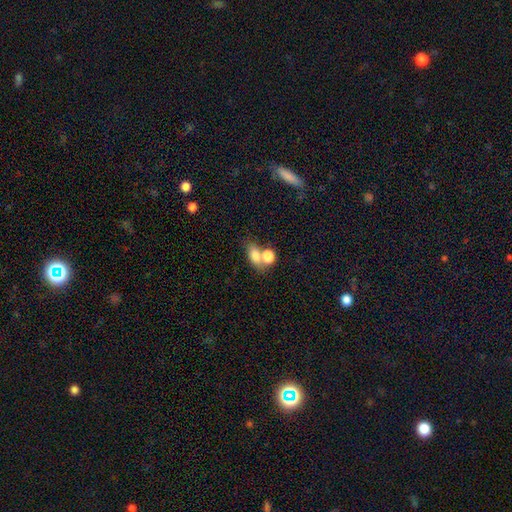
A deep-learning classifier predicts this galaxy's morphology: This is likely a smooth galaxy (76%). How rounded: likely in between (73%). Merging: possibly merger (45%).